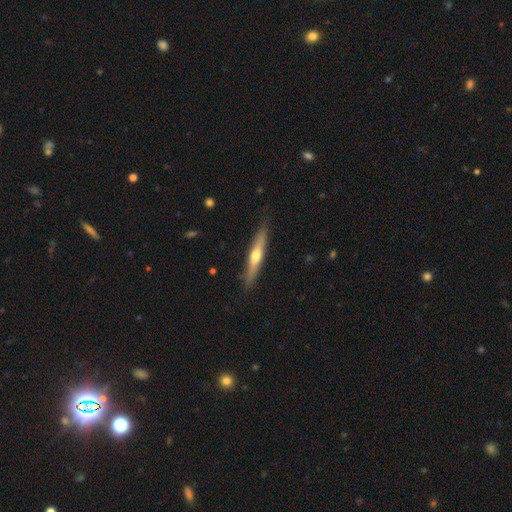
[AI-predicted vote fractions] Smooth or featured?
  - featured or disk: 51% *
  - smooth: 44%
  - star or artifact: 5%
Edge-on disk?
  - yes: 93% *
  - no: 7%
Merging?
  - none: 86% *
  - minor disturbance: 11%
  - major disturbance: 2%
  - merger: 1%